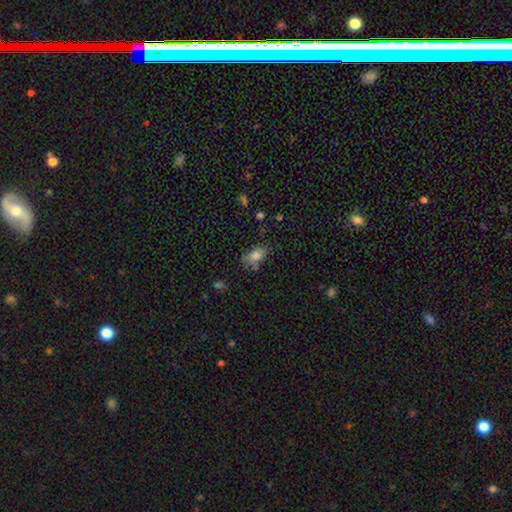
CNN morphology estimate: This appears to be a smooth galaxy with no disk features (81%) that is in between round and cigar-shaped (86%). Merging: none (65%).